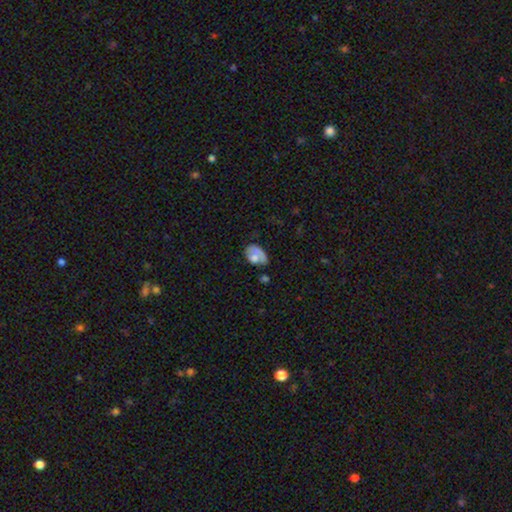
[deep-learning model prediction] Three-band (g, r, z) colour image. It shows a smooth galaxy with no disk features (61%) that is in between round and cigar-shaped (81%). Merging: none (33%).